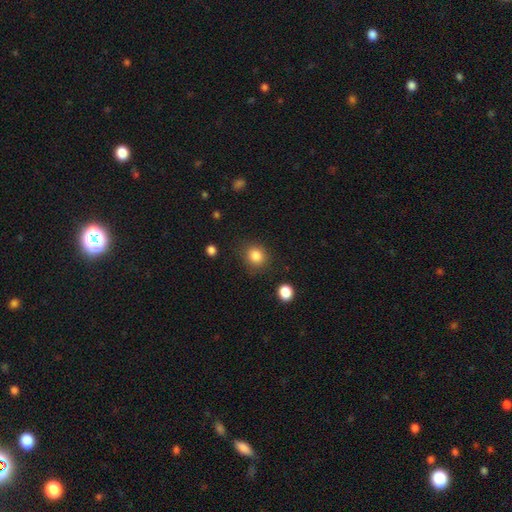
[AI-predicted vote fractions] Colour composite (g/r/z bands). It shows a smooth galaxy with no disk features (85%) that is round (81%). Merging: none (83%).